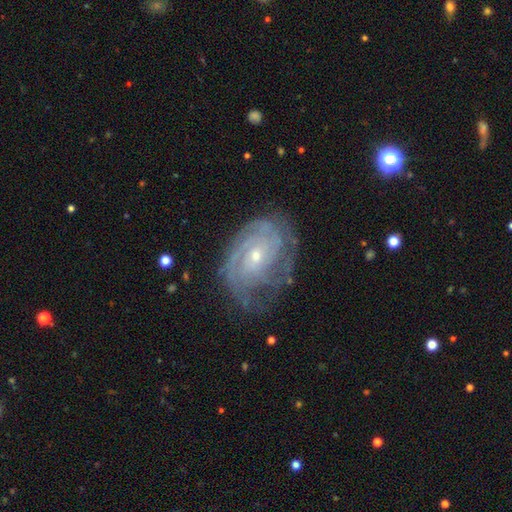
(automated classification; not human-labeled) Smooth or featured? featured or disk (86%)
Edge-on disk? no (96%)
Bar? no (65%)
Spiral arms? yes (96%)
Spiral winding? tight (74%)
Spiral arm count? can't tell (34%)
Bulge size? small (65%)
Merging? none (69%)